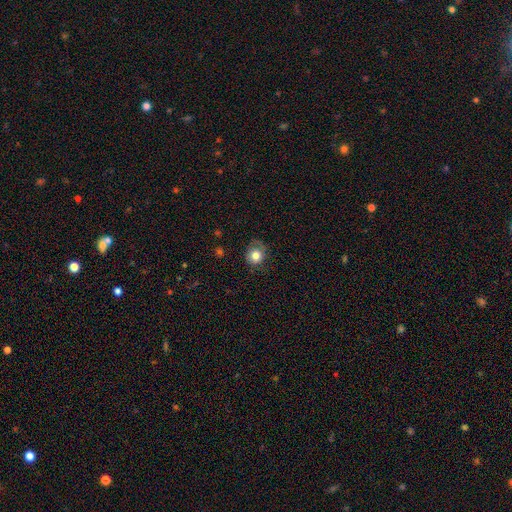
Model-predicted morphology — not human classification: smooth-or-featured: smooth: 78% | featured or disk: 12% | star or artifact: 10%
  how-rounded: round: 78% | in between: 21% | cigar-shaped: 1%
  merging: none: 64% | minor disturbance: 25% | major disturbance: 10% | merger: 1%